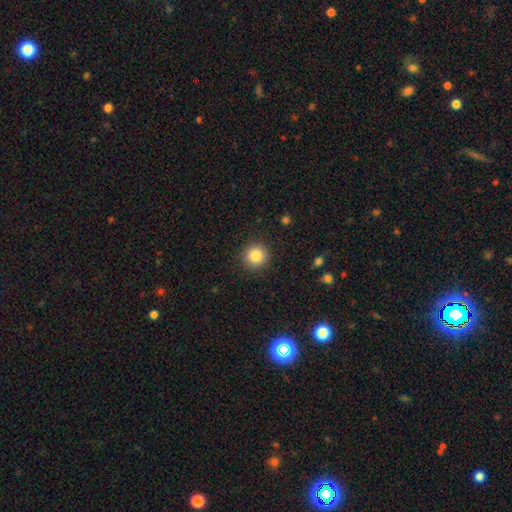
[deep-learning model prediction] This is clearly a smooth galaxy (85%). How rounded: clearly round (94%). Merging: clearly none (91%).